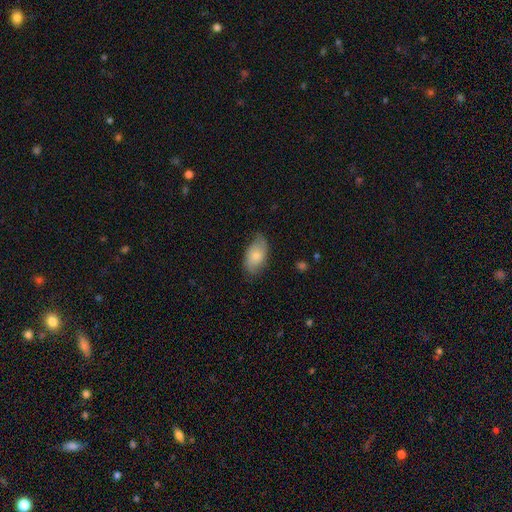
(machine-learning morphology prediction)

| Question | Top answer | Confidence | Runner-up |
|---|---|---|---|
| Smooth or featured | smooth | 69% | featured or disk (24%) |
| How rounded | in between | 93% | round (5%) |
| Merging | none | 64% | minor disturbance (27%) |